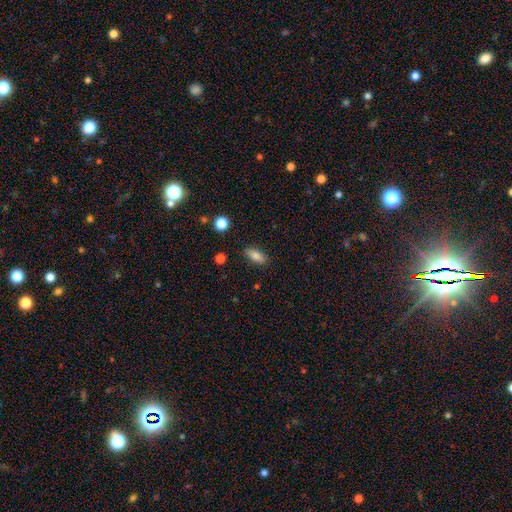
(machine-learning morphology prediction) Smooth or featured? Predicted: smooth (p=0.84). How rounded? Predicted: in between (p=0.83). Merging? Predicted: none (p=0.87).